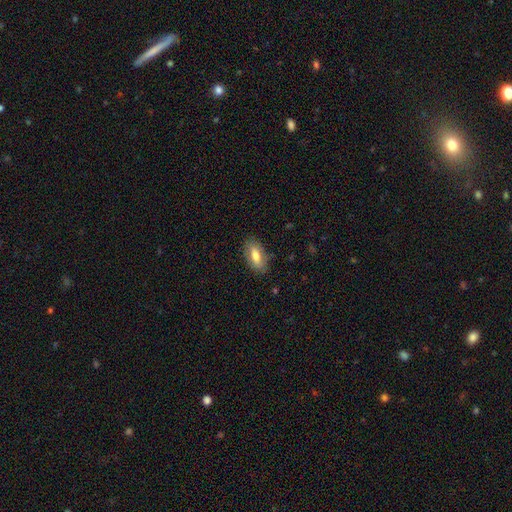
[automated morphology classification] Smooth or featured: smooth — 74% (featured or disk — 19%)
How rounded: in between — 87% (cigar-shaped — 10%)
Merging: none — 84% (minor disturbance — 12%)